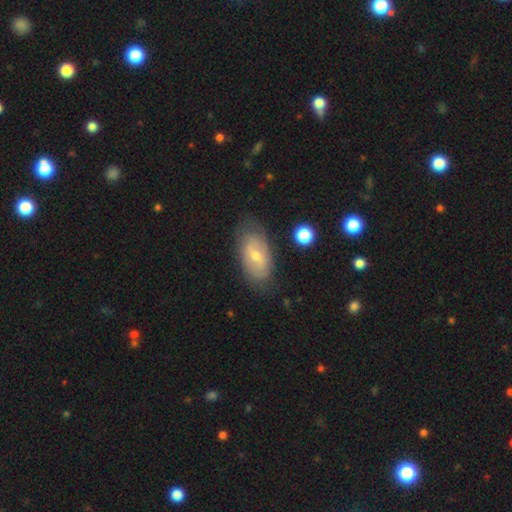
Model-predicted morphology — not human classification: This appears to be a featured or disk galaxy (50%). Merging: none (75%).